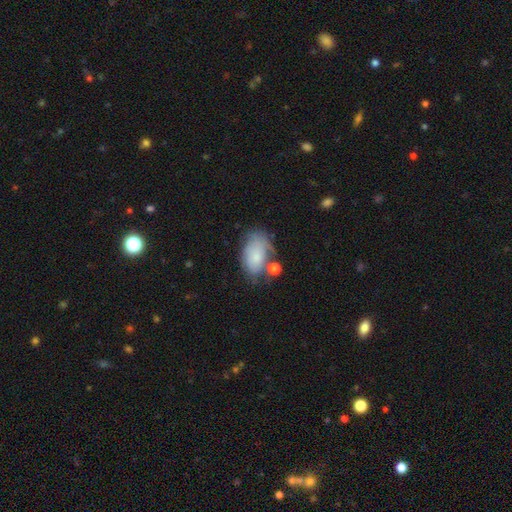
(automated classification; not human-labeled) Smooth or featured? smooth (69%)
How rounded? in between (91%)
Merging? none (45%)